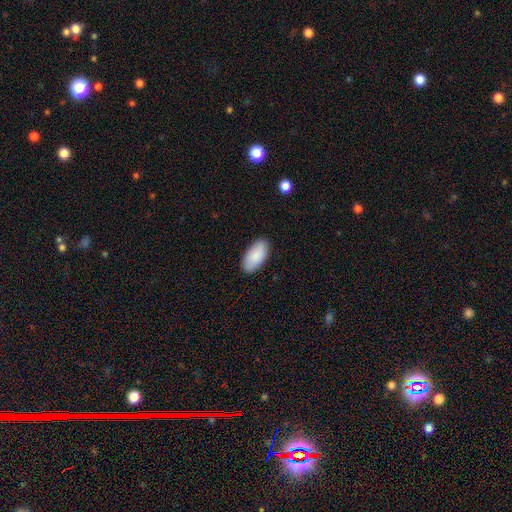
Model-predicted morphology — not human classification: Overall: smooth (88%). How rounded: in between (95%). Merging: none (87%).